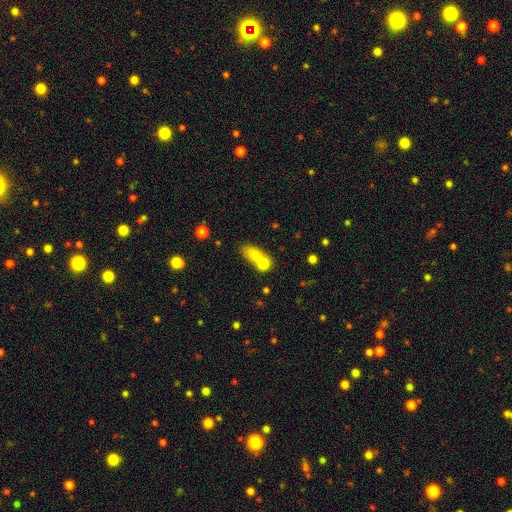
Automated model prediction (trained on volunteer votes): The model was most divided on "merging": merger: 54%, none: 30%, minor disturbance: 10%, major disturbance: 6%. More confident: smooth or featured — smooth (74%); how rounded — in between (66%).